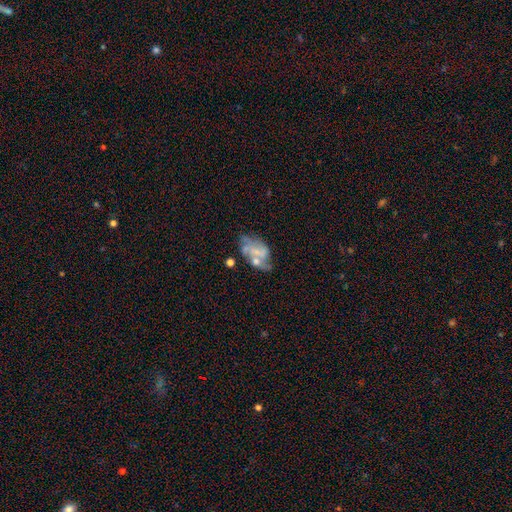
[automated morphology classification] Smooth or featured?
  - featured or disk: 62% *
  - smooth: 26%
  - star or artifact: 11%
Edge-on disk?
  - no: 96% *
  - yes: 4%
Bar?
  - no: 62% *
  - weak: 29%
  - strong: 9%
Spiral arms?
  - yes: 55% *
  - no: 45%
Bulge size?
  - small: 44% *
  - none: 34%
  - moderate: 19%
  - large: 2%
  - dominant: 1%
Merging?
  - none: 37% *
  - minor disturbance: 22%
  - major disturbance: 22%
  - merger: 19%